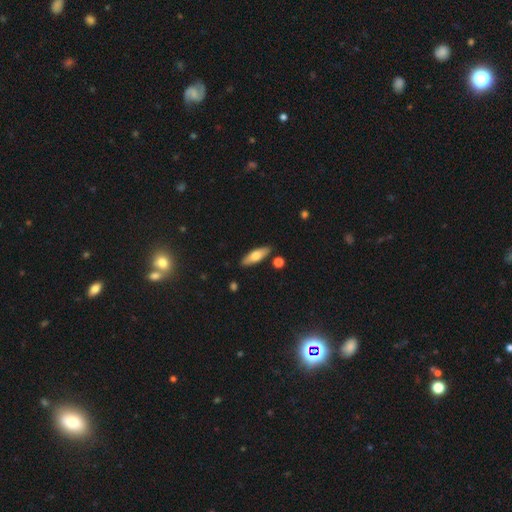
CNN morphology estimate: Smooth or featured? smooth (65%)
How rounded? in between (50%)
Merging? none (86%)